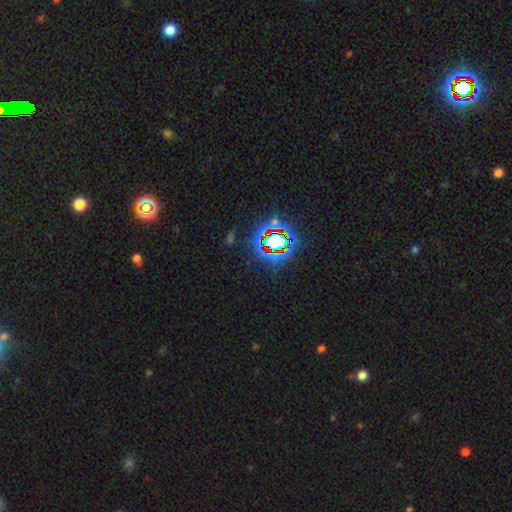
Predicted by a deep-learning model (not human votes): Smooth or featured? Predicted: star or artifact (p=0.77).